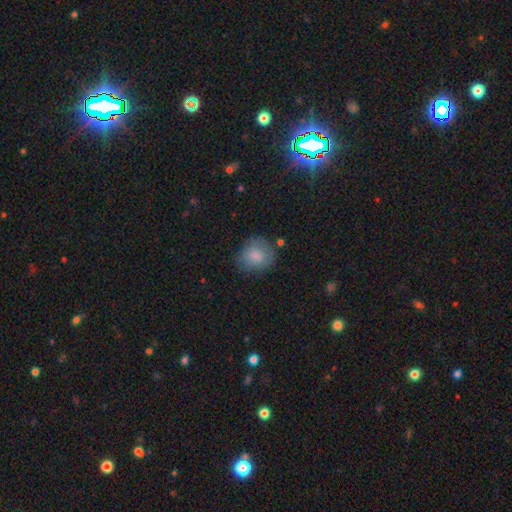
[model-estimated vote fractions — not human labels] smooth-or-featured: smooth: 83% | featured or disk: 9% | star or artifact: 8%
  how-rounded: round: 76% | in between: 23% | cigar-shaped: 1%
  merging: none: 72% | minor disturbance: 20% | major disturbance: 6% | merger: 2%